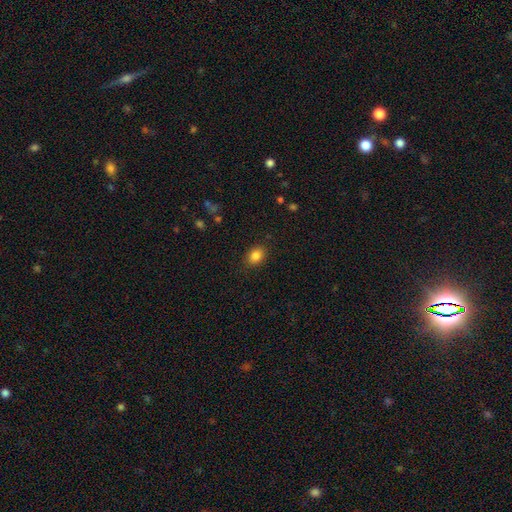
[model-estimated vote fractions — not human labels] This appears to be a smooth galaxy with no disk features (85%) that is in between round and cigar-shaped (62%). Merging: none (86%).